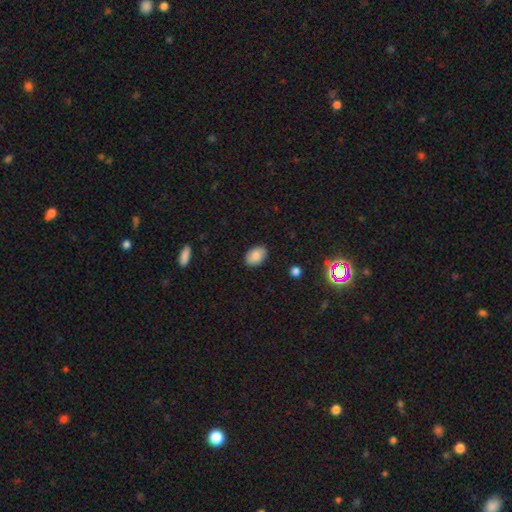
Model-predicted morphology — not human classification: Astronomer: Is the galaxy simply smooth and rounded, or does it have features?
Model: smooth — 87%.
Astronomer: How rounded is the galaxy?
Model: in between — 86%.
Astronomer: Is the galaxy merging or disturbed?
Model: none — 87%.